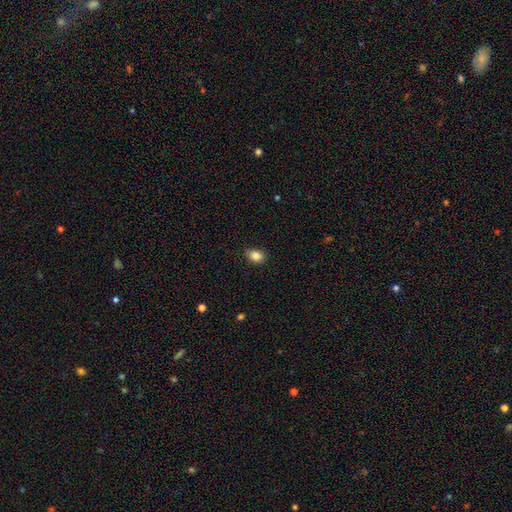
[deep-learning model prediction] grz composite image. It shows a smooth galaxy with no disk features (85%) that is in between round and cigar-shaped (64%). Merging: none (82%).